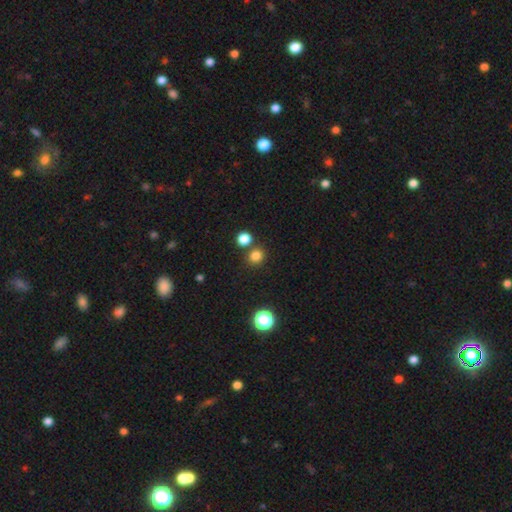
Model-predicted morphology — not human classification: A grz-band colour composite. It shows a smooth galaxy with no disk features (81%) that is round (87%). Merging: none (76%).